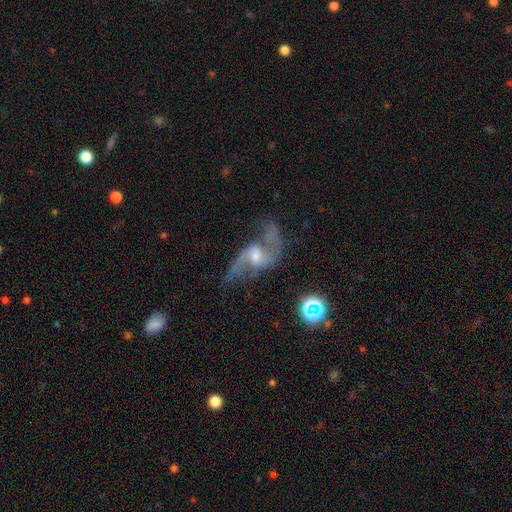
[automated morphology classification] This appears to be a featured or disk galaxy (85%) with a weak bar (53%), 2 (91%) loose (78%) spiral arms (94%) and a moderate central bulge (47%). Merging: none (58%).